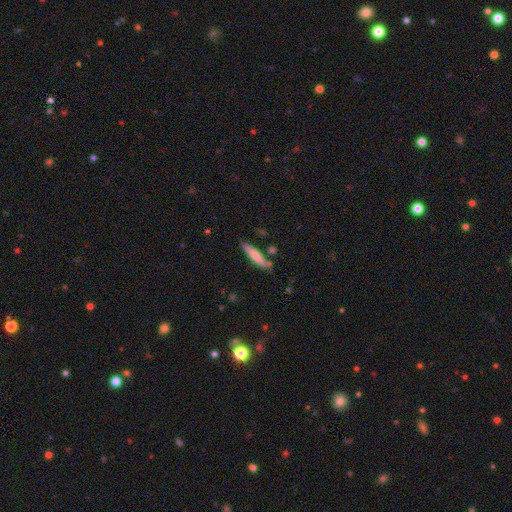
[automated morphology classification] Overall: smooth (70%). How rounded: cigar-shaped (85%). Merging: none (77%).